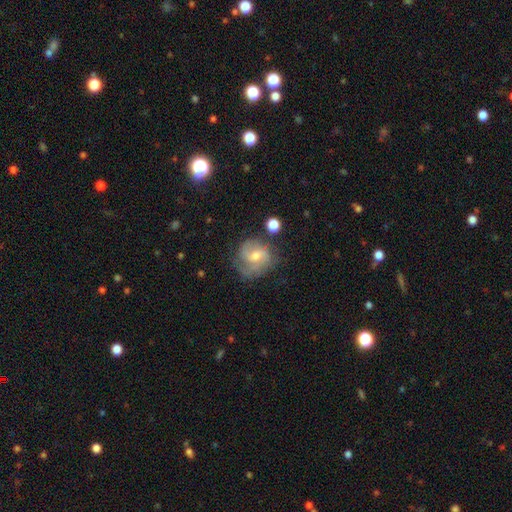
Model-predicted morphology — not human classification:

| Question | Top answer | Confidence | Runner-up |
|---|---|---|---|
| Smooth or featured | featured or disk | 65% | smooth (27%) |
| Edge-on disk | no | 97% | yes (3%) |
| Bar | no | 47% | weak (45%) |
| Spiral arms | yes | 88% | no (12%) |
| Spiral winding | medium | 47% | tight (28%) |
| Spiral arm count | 2 | 57% | can't tell (19%) |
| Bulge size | moderate | 53% | small (41%) |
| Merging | none | 60% | minor disturbance (23%) |